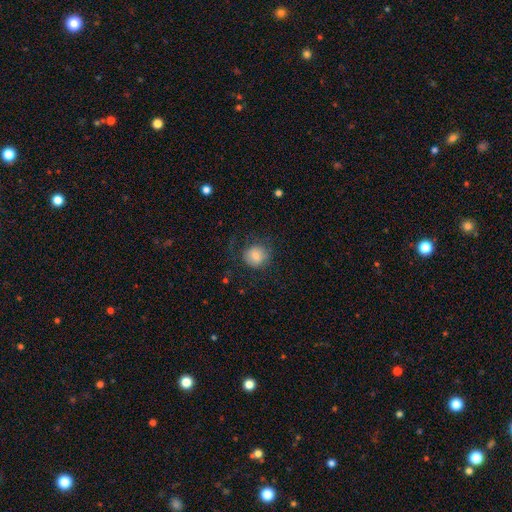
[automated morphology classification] This appears to be a smooth galaxy with no disk features (78%) that is round (87%). Merging: none (67%).